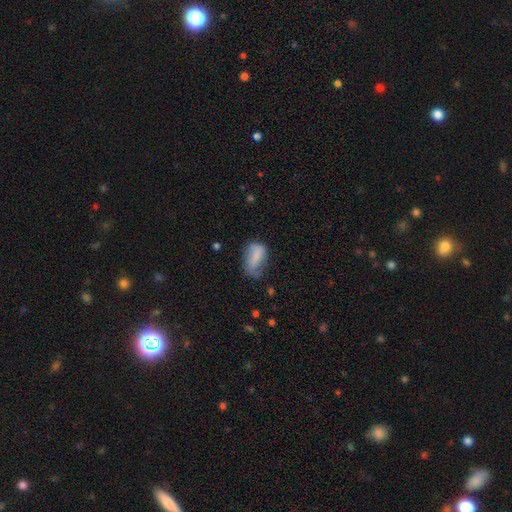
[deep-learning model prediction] Q: Smooth or featured?
A: smooth (68%); runner-up: featured or disk (23%)
Q: How rounded?
A: in between (86%); runner-up: cigar-shaped (8%)
Q: Merging?
A: none (39%); runner-up: minor disturbance (36%)